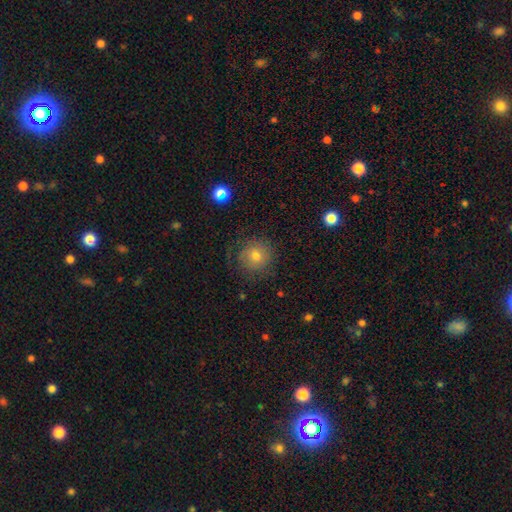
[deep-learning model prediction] Morphology: type=smooth (70%); roundness=round (92%); merging=none (76%).